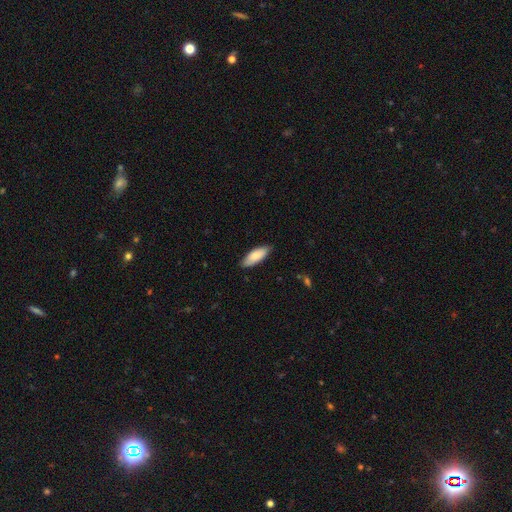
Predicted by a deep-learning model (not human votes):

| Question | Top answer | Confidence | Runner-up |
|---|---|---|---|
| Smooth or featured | smooth | 82% | featured or disk (13%) |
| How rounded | in between | 74% | cigar-shaped (25%) |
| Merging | none | 84% | minor disturbance (13%) |